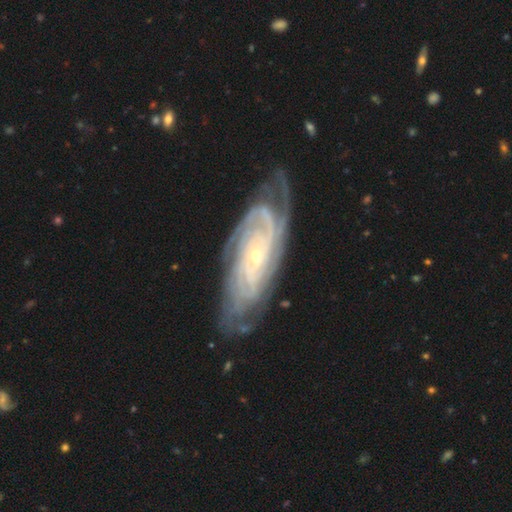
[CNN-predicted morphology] Smooth or featured? featured or disk (88%)
Edge-on disk? no (91%)
Bar? no (71%)
Spiral arms? yes (97%)
Spiral winding? tight (73%)
Spiral arm count? can't tell (33%)
Bulge size? small (79%)
Merging? none (73%)